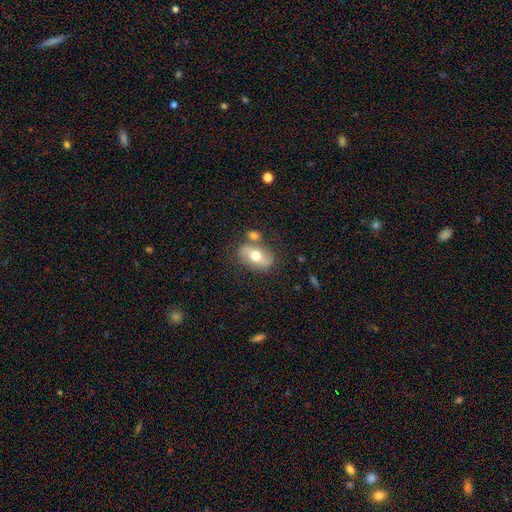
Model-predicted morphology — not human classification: Smooth or featured?
  - smooth: 55% *
  - featured or disk: 37%
  - star or artifact: 7%
How rounded?
  - in between: 85% *
  - round: 12%
  - cigar-shaped: 3%
Merging?
  - none: 67% *
  - minor disturbance: 15%
  - merger: 12%
  - major disturbance: 5%